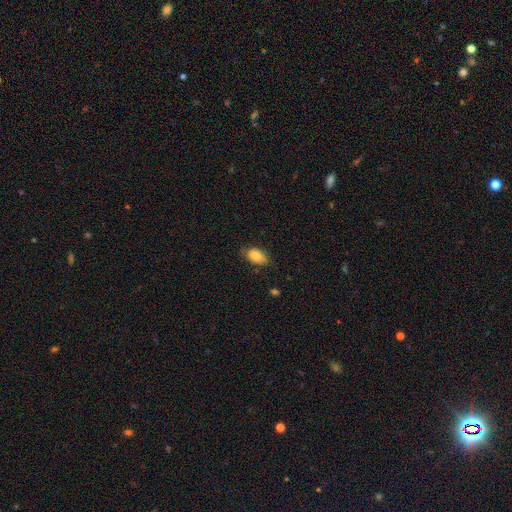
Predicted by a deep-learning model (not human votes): Morphology: type=smooth (82%); roundness=in between (91%); merging=none (71%).